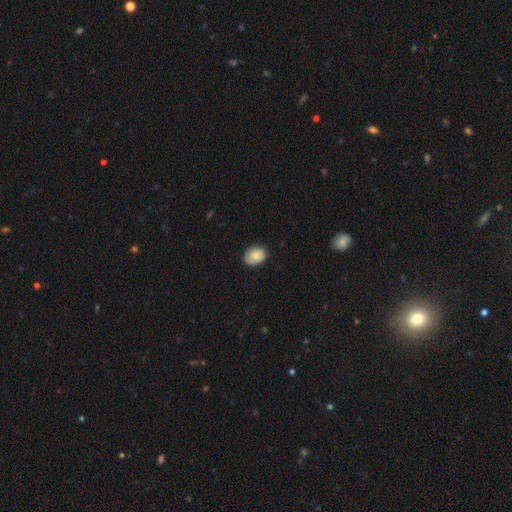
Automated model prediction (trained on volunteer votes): This appears to be a smooth galaxy with no disk features (84%) that is in between round and cigar-shaped (60%). Merging: none (82%).